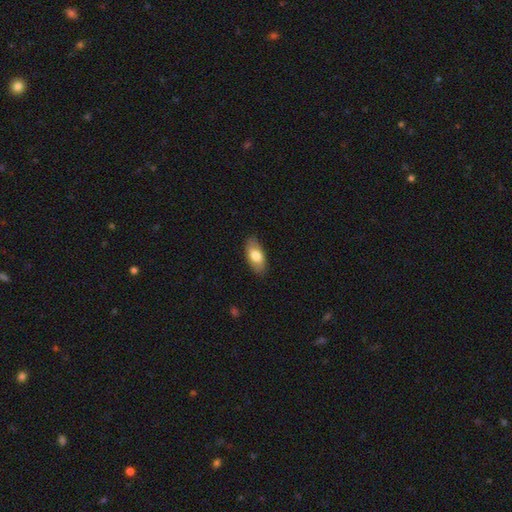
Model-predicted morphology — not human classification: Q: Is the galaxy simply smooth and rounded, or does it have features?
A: smooth — 77%.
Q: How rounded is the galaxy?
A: in between — 91%.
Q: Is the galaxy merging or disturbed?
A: none — 86%.